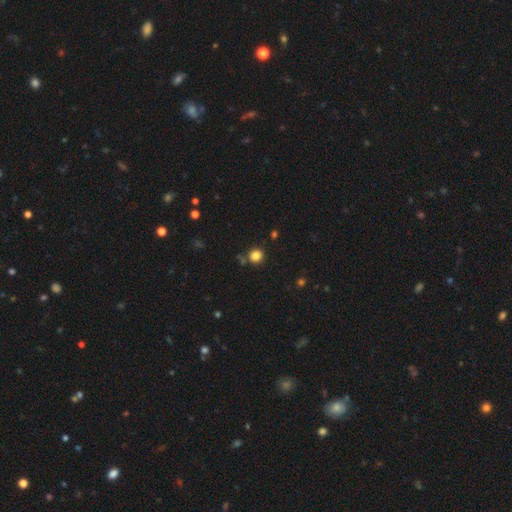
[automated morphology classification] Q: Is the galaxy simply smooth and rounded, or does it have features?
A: smooth — 83%.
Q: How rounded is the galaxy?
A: round — 89%.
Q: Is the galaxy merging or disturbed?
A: none — 82%.